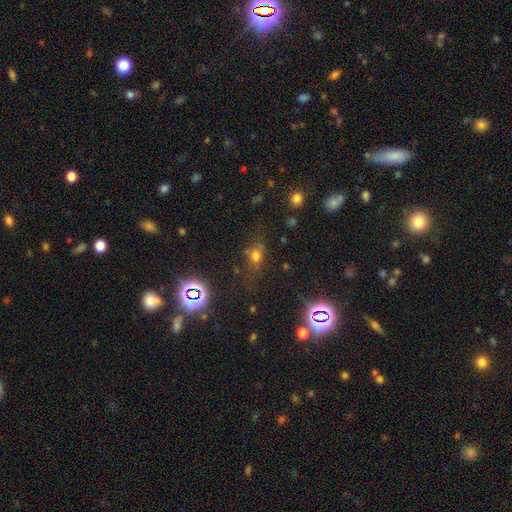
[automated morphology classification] Overall: smooth (57%; star or artifact 29%). How rounded: in between (59%; round 33%). Merging: none (63%).